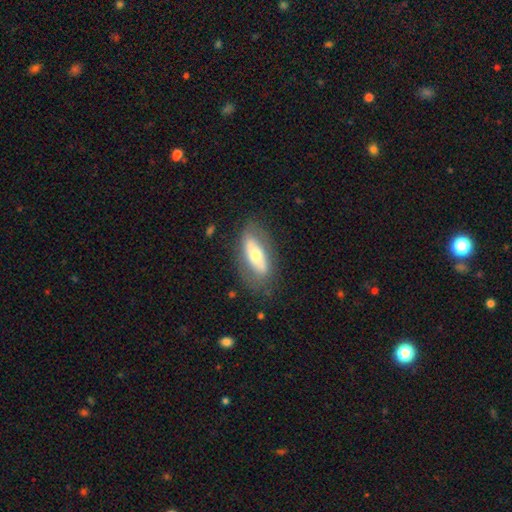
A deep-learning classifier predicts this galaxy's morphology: smooth 48%, featured or disk 45%, star or artifact 7%. Down the decision tree: merging — none (74%).